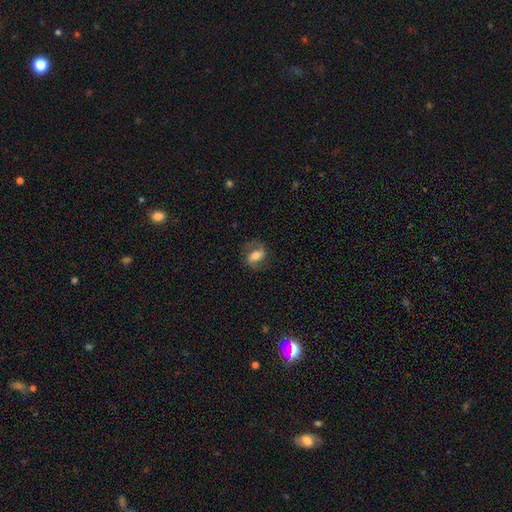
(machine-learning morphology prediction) smooth-or-featured: featured or disk: 47% | smooth: 45% | star or artifact: 8%
  merging: none: 73% | minor disturbance: 17% | major disturbance: 9% | merger: 1%